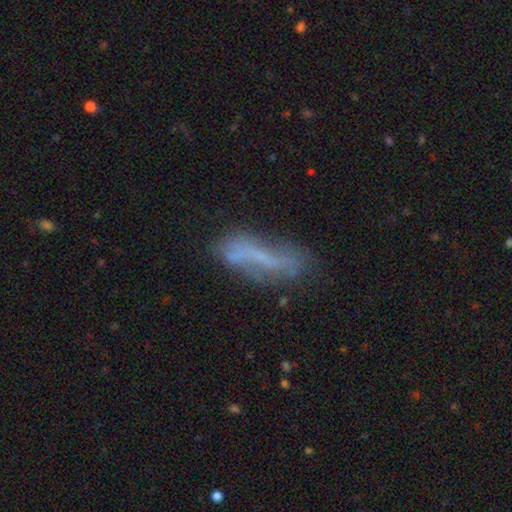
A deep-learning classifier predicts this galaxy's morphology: This appears to be a featured or disk galaxy (51%). Merging: none (60%).